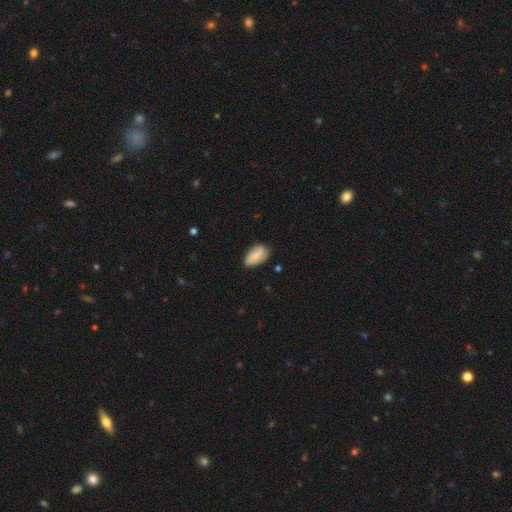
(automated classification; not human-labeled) smooth-or-featured: smooth: 68% | featured or disk: 25% | star or artifact: 7%
  how-rounded: in between: 91% | round: 4% | cigar-shaped: 4%
  merging: none: 70% | minor disturbance: 23% | major disturbance: 4% | merger: 2%